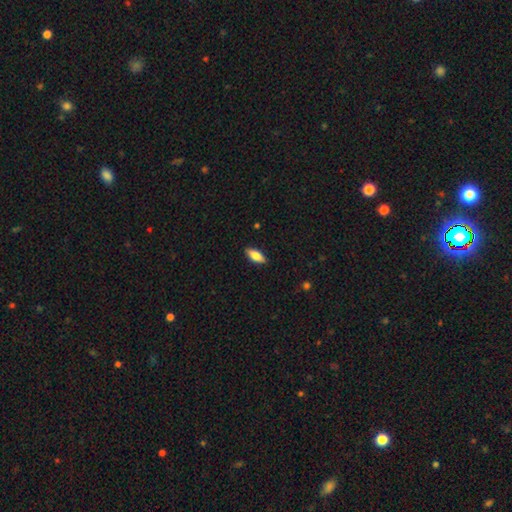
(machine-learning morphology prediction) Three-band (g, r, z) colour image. It shows a smooth galaxy with no disk features (76%) that is in between round and cigar-shaped (80%). Merging: none (89%).